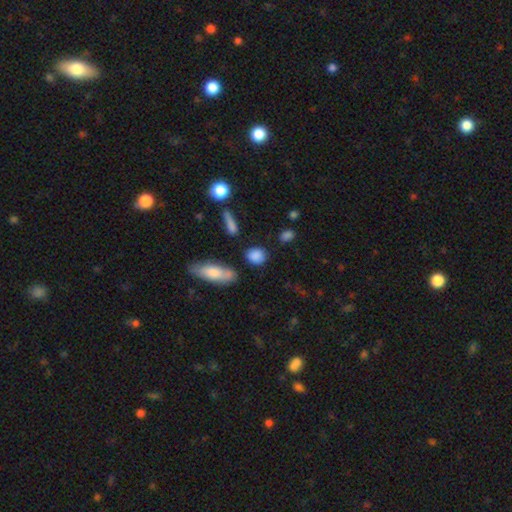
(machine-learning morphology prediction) smooth-or-featured: smooth: 84% | star or artifact: 9% | featured or disk: 7%
  how-rounded: round: 60% | in between: 36% | cigar-shaped: 4%
  merging: none: 79% | minor disturbance: 13% | merger: 5% | major disturbance: 4%